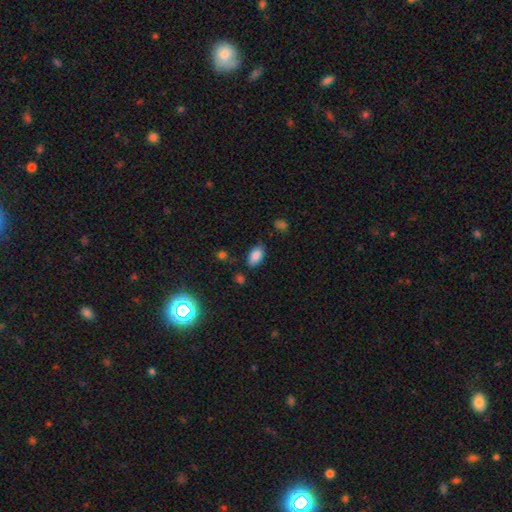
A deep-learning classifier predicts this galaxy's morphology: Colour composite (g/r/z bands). It shows a smooth galaxy with no disk features (85%) that is in between round and cigar-shaped (93%). Merging: none (75%).